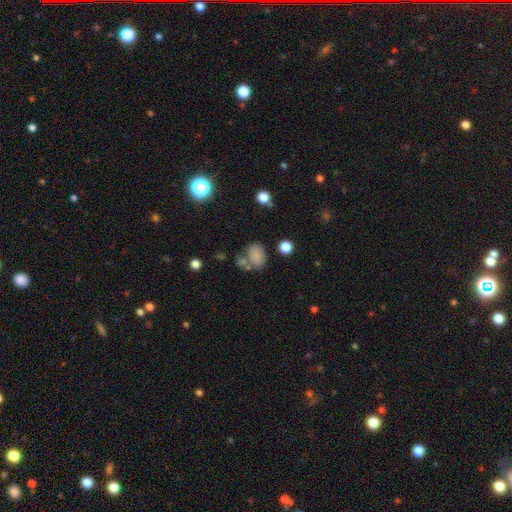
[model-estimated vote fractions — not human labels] A smooth galaxy with no disk features (79%) that is in between round and cigar-shaped (69%).

Vote fractions:
- Smooth or featured? smooth: 79% / star or artifact: 12% / featured or disk: 9%
- How rounded? in between: 69% / round: 30% / cigar-shaped: 1%
- Merging? none: 49% / merger: 25% / minor disturbance: 18% / major disturbance: 9%